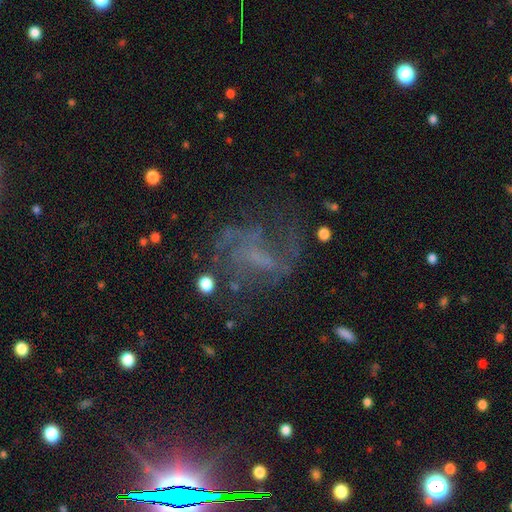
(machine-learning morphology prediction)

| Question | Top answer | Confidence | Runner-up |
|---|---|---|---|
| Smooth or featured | featured or disk | 64% | star or artifact (22%) |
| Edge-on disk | no | 97% | yes (3%) |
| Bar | no | 41% | tied: weak (41%) |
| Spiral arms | yes | 76% | no (24%) |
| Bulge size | none | 59% | small (23%) |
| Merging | none | 50% | major disturbance (29%) |